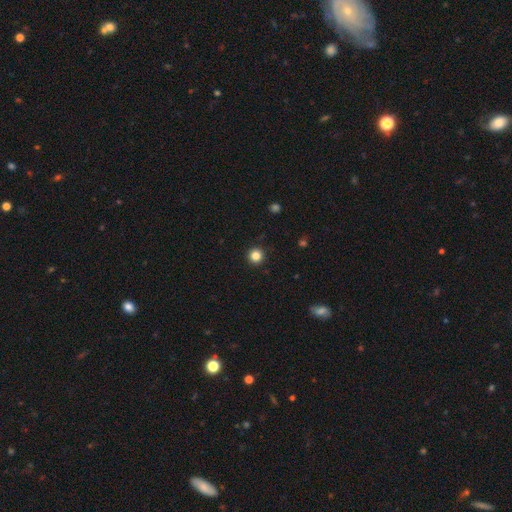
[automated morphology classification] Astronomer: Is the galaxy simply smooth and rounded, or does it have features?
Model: smooth — 84%.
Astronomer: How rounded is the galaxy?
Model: round — 95%.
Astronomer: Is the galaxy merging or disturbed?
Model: none — 93%.